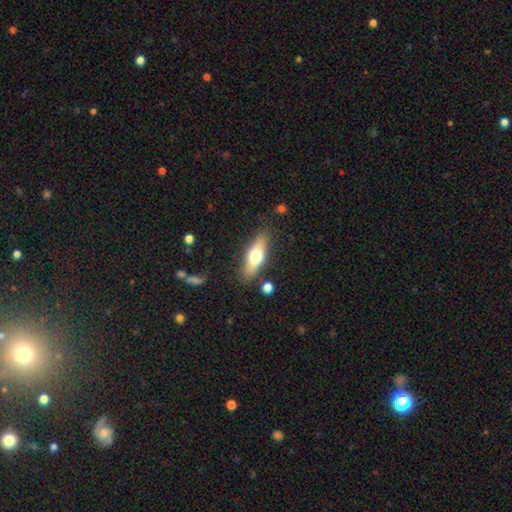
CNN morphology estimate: A smooth galaxy with no disk features (54%) that is in between round and cigar-shaped (50%).

Vote fractions:
- Smooth or featured? smooth: 54% / featured or disk: 40% / star or artifact: 6%
- How rounded? in between: 50% / cigar-shaped: 46% / round: 3%
- Merging? none: 83% / minor disturbance: 11% / major disturbance: 3% / merger: 3%